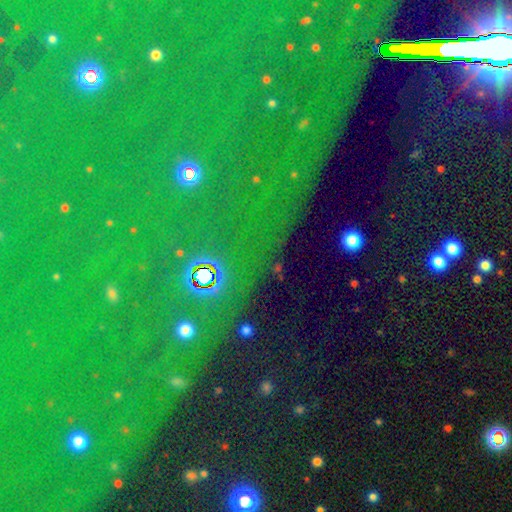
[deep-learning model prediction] Morphology: type=star or artifact (80%).